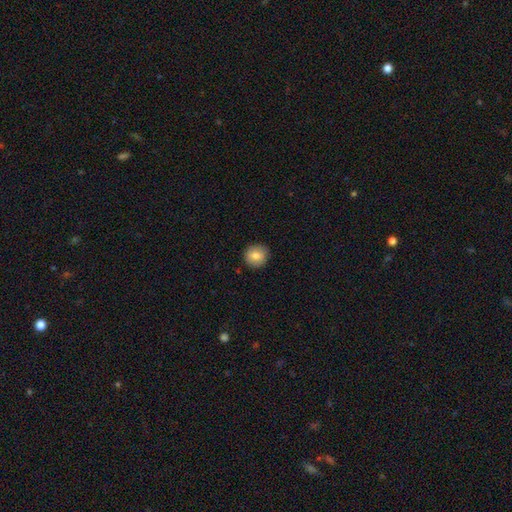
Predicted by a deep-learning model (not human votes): The model was most divided on "smooth or featured": smooth: 82%, featured or disk: 10%, star or artifact: 8%. More confident: how rounded — round (92%); merging — none (91%).